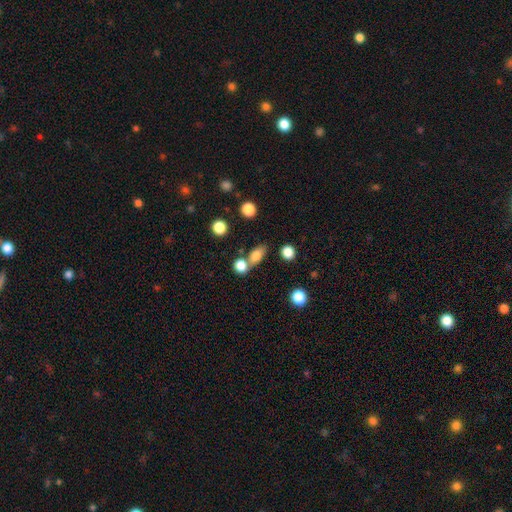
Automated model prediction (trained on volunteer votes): smooth 80%, star or artifact 11%, featured or disk 10%. Down the decision tree: how rounded — in between (68%); merging — none (54%).